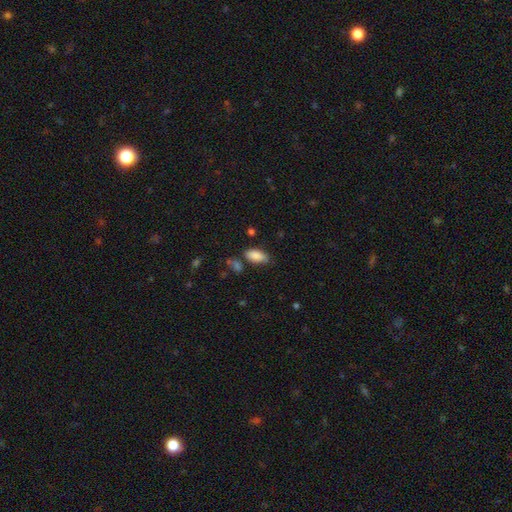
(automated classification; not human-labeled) Smooth or featured: smooth — 86% (star or artifact — 7%)
How rounded: in between — 91% (cigar-shaped — 7%)
Merging: none — 68% (minor disturbance — 22%)